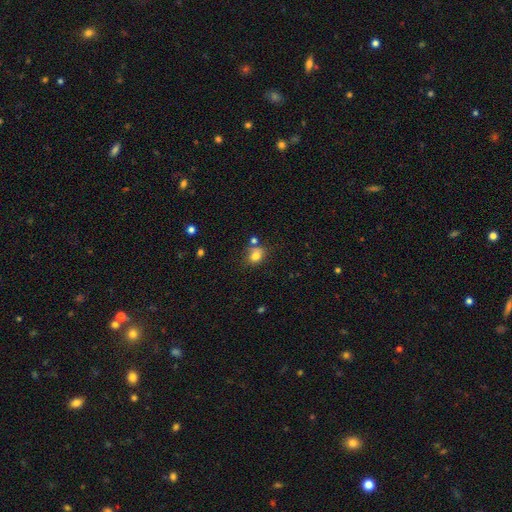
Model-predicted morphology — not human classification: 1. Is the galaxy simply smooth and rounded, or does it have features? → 77% smooth, 12% star or artifact, 11% featured or disk.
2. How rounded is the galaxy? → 60% round, 39% in between, 1% cigar-shaped.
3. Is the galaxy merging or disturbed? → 61% none, 18% minor disturbance, 16% merger, 6% major disturbance.